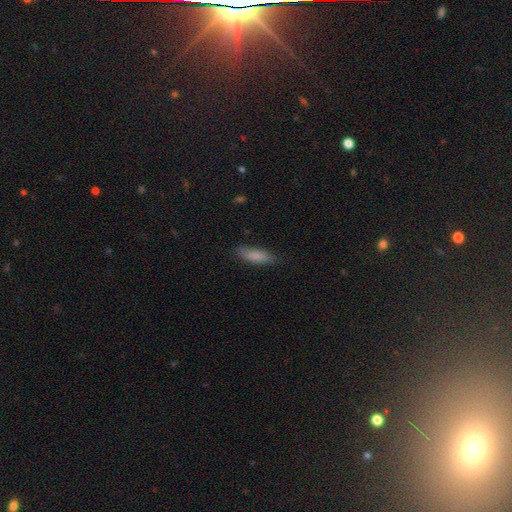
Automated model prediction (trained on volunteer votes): Overall: smooth (84%). How rounded: cigar-shaped (52%; in between 46%). Merging: none (80%).